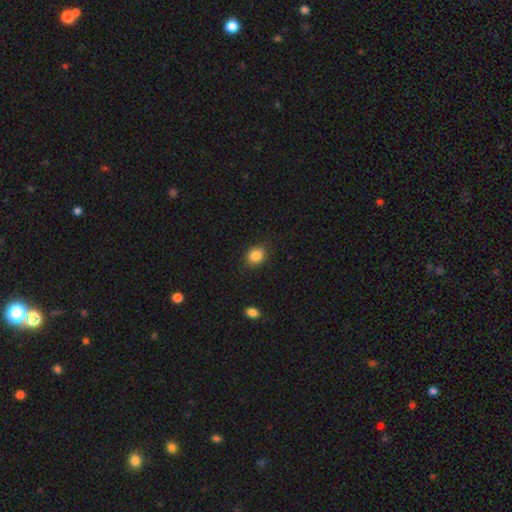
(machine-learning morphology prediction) This is clearly a smooth galaxy (85%). How rounded: possibly round (58%). Merging: clearly none (87%).